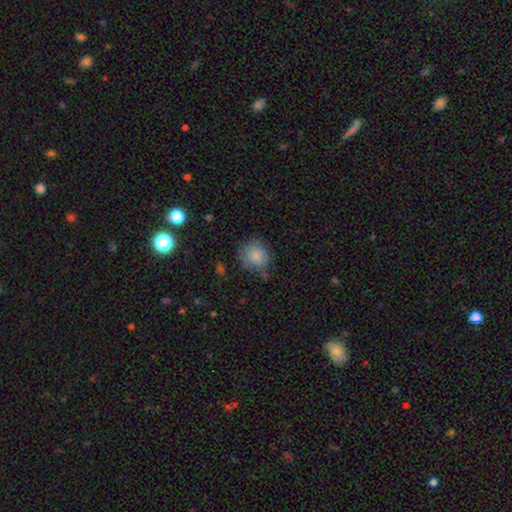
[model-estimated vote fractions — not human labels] A smooth galaxy with no disk features (84%) that is round (82%). Merging: none (70%).